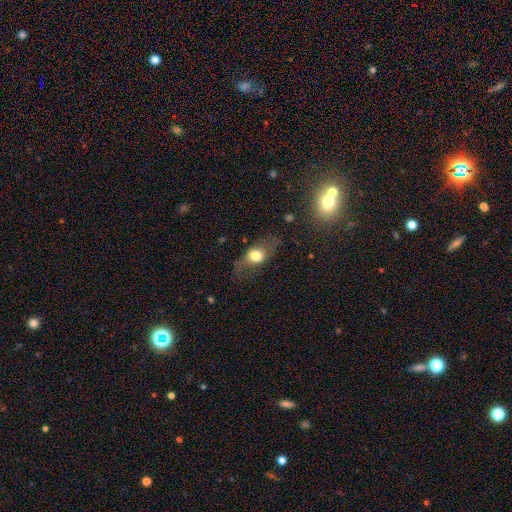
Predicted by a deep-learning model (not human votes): The model was most divided on "how rounded": in between: 65%, round: 28%, cigar-shaped: 7%. More confident: smooth or featured — smooth (64%); merging — none (62%).